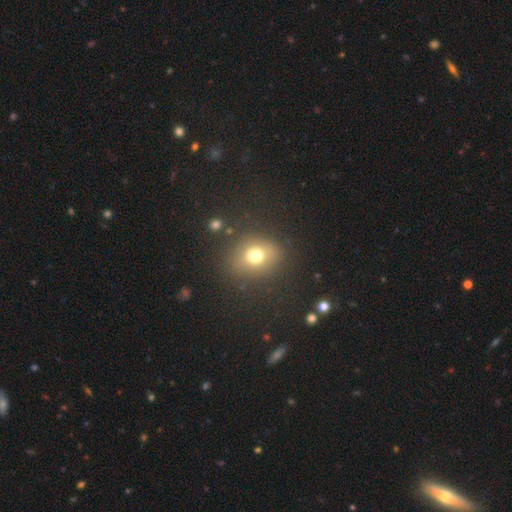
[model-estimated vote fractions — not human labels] smooth 72%, star or artifact 17%, featured or disk 11%. Down the decision tree: how rounded — round (71%); merging — none (80%).